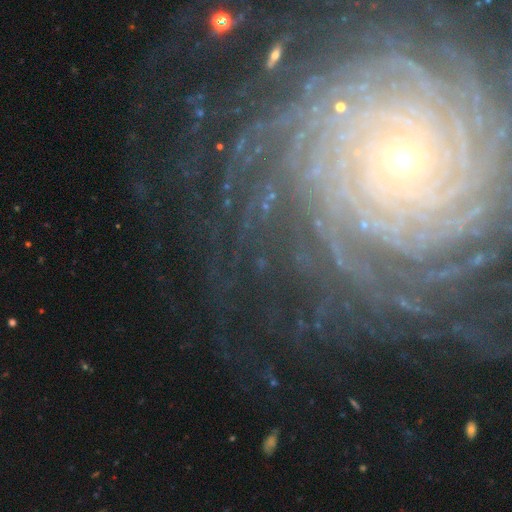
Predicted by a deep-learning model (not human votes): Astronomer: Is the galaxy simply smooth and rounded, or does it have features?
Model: featured or disk — 85%.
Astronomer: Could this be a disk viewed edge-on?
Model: no — 97%.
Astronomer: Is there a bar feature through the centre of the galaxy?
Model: no — 72%.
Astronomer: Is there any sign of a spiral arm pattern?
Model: yes — 97%.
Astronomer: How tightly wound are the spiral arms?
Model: tight — 86%.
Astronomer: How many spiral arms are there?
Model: more than 4 — 46%.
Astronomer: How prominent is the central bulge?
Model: small — 83%.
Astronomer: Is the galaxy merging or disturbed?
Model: none — 80%.